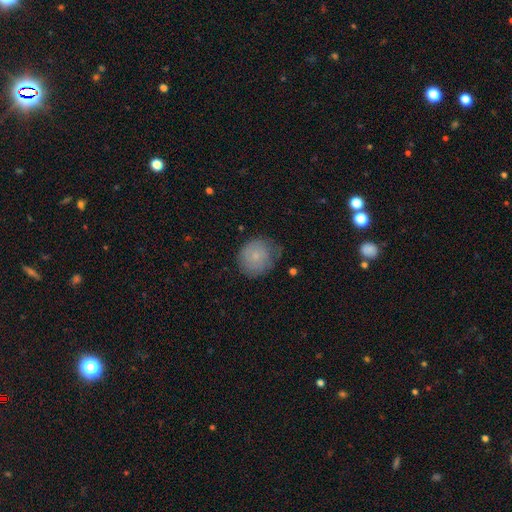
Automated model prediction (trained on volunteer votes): This is likely a smooth galaxy (75%). How rounded: clearly round (84%). Merging: likely none (62%).